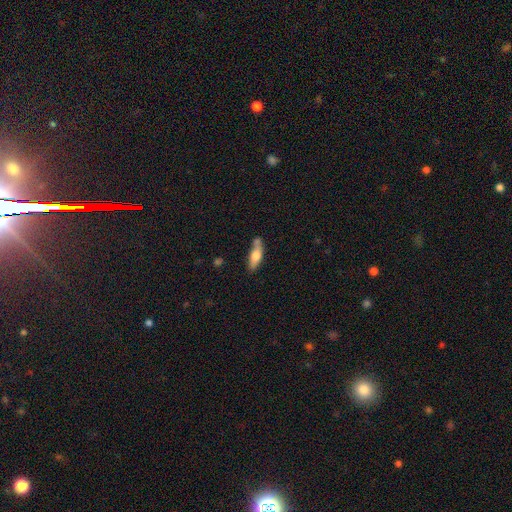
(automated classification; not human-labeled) A smooth galaxy with no disk features (64%) that is in between round and cigar-shaped (52%).

Vote fractions:
- Smooth or featured? smooth: 64% / featured or disk: 29% / star or artifact: 6%
- How rounded? in between: 52% / cigar-shaped: 45% / round: 3%
- Merging? none: 57% / minor disturbance: 23% / merger: 14% / major disturbance: 6%